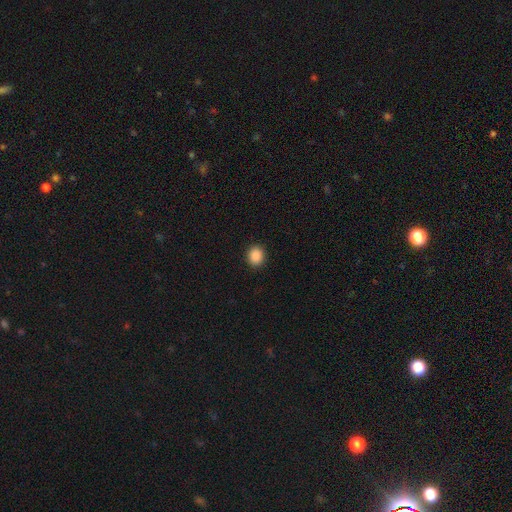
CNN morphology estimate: smooth-or-featured: smooth: 89% | star or artifact: 9% | featured or disk: 2%
  how-rounded: round: 71% | in between: 28% | cigar-shaped: 1%
  merging: none: 91% | minor disturbance: 6% | major disturbance: 2% | merger: 1%